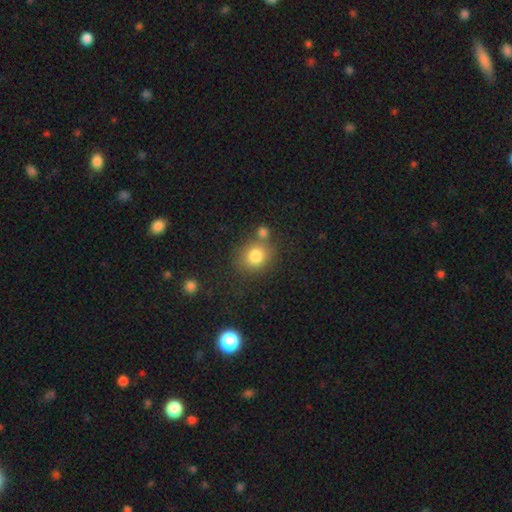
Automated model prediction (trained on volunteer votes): smooth 81%, star or artifact 11%, featured or disk 8%. Down the decision tree: how rounded — round (72%); merging — none (62%).